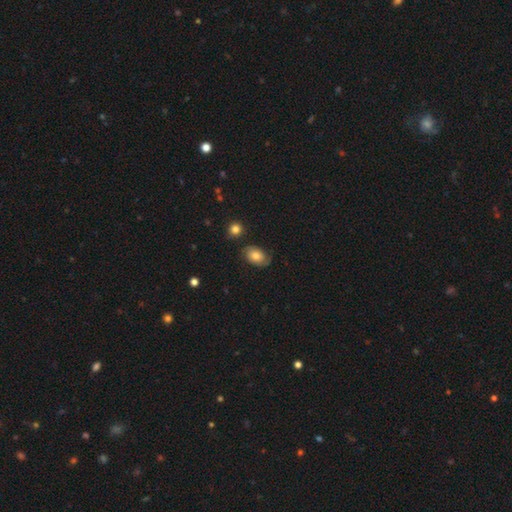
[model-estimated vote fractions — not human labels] smooth-or-featured: smooth: 62% | featured or disk: 29% | star or artifact: 9%
  how-rounded: in between: 79% | round: 20% | cigar-shaped: 1%
  merging: none: 71% | minor disturbance: 20% | major disturbance: 6% | merger: 3%